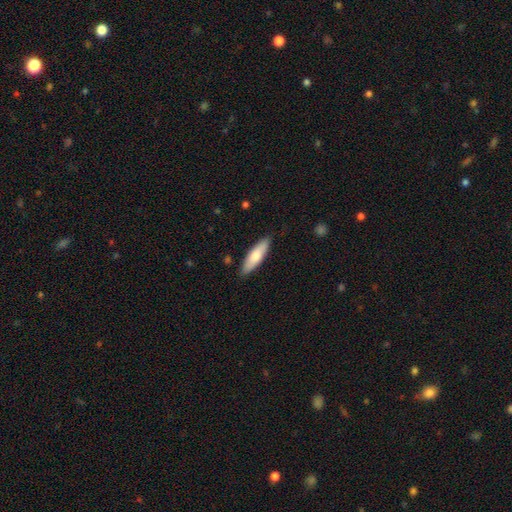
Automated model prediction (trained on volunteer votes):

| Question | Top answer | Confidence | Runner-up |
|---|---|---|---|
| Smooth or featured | smooth | 73% | featured or disk (22%) |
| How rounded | cigar-shaped | 53% | in between (46%) |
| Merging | none | 86% | minor disturbance (11%) |